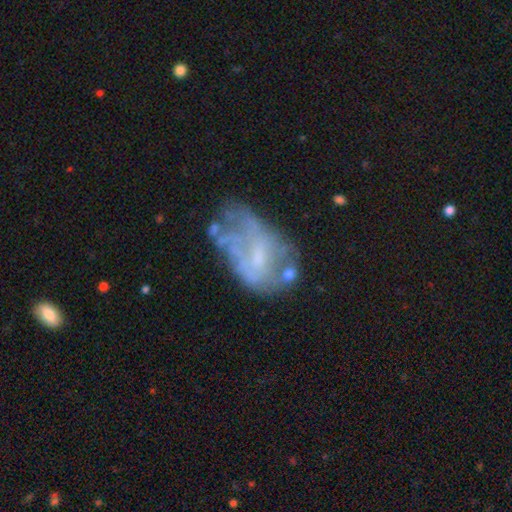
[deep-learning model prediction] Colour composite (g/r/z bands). It shows a featured or disk galaxy (63%) with no bar (63%), no spiral arms (67%) and a small central bulge (40%). Merging: none (32%).